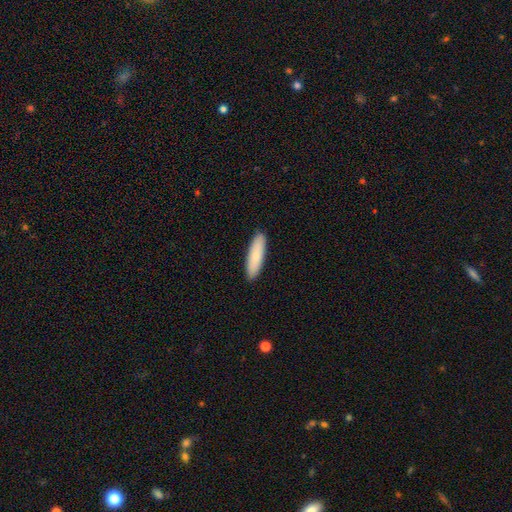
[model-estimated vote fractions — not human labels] smooth 86%, featured or disk 9%, star or artifact 5%. Down the decision tree: how rounded — cigar-shaped (65%); merging — none (91%).